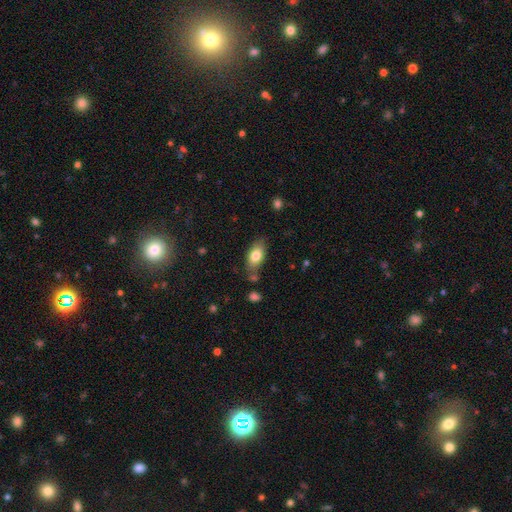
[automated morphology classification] This appears to be a smooth galaxy with no disk features (78%) that is in between round and cigar-shaped (89%). Merging: none (73%).